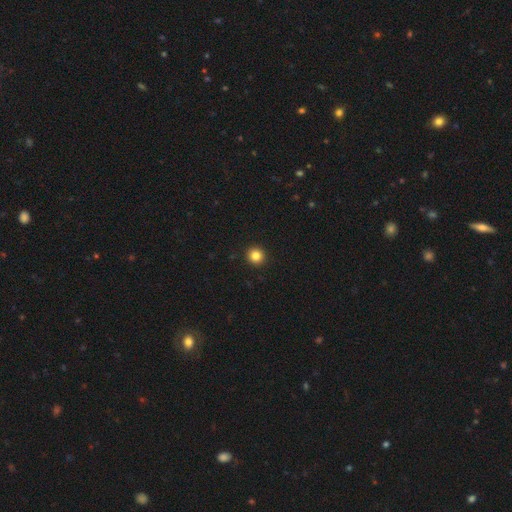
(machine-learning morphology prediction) smooth-or-featured: smooth: 84% | star or artifact: 12% | featured or disk: 5%
  how-rounded: round: 94% | in between: 5% | cigar-shaped: 1%
  merging: none: 94% | minor disturbance: 4% | major disturbance: 1% | merger: 1%